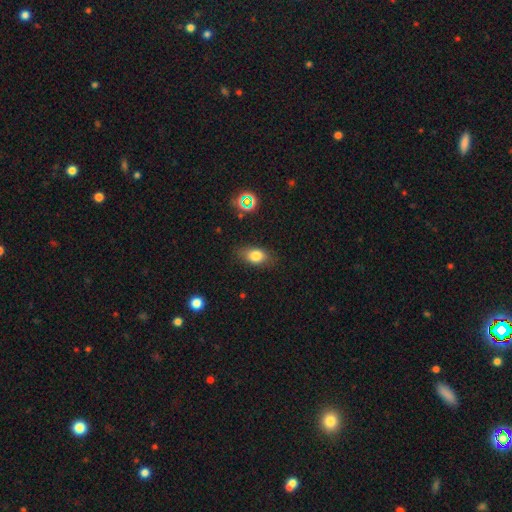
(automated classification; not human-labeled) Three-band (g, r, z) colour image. It shows a smooth galaxy with no disk features (78%) that is in between round and cigar-shaped (80%). Merging: none (79%).